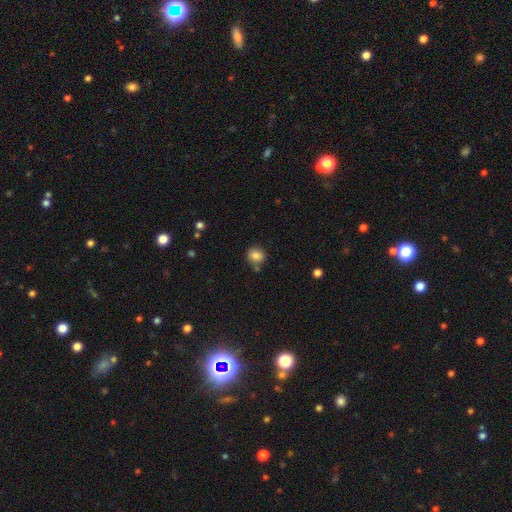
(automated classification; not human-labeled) smooth 84%, star or artifact 10%, featured or disk 6%. Down the decision tree: how rounded — round (81%); merging — none (77%).